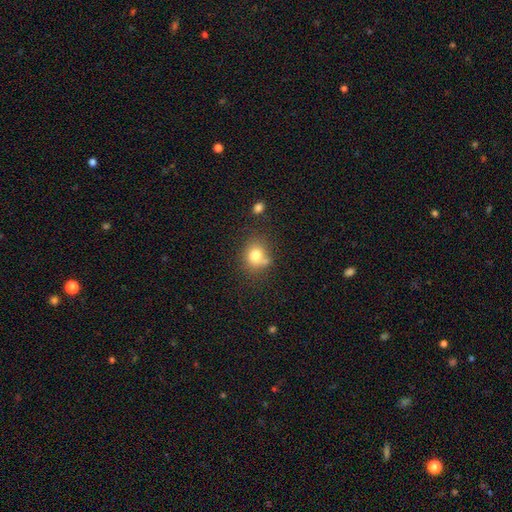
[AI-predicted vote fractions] Overall: smooth (78%). How rounded: round (66%; in between 33%). Merging: none (57%; minor disturbance 21%).